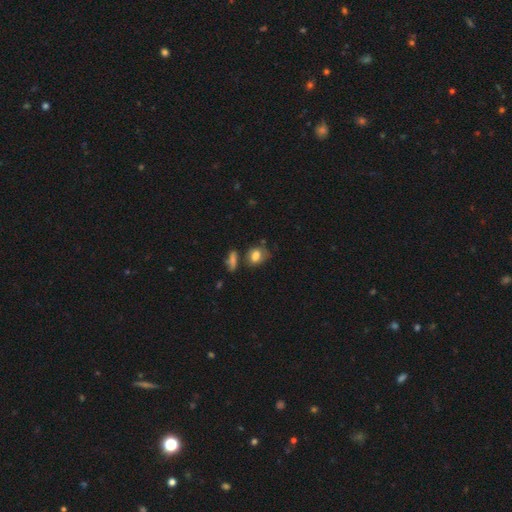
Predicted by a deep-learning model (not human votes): A smooth galaxy with no disk features (75%) that is in between round and cigar-shaped (64%).

Vote fractions:
- Smooth or featured? smooth: 75% / featured or disk: 14% / star or artifact: 11%
- How rounded? in between: 64% / round: 34% / cigar-shaped: 2%
- Merging? none: 48% / minor disturbance: 27% / merger: 13% / major disturbance: 11%